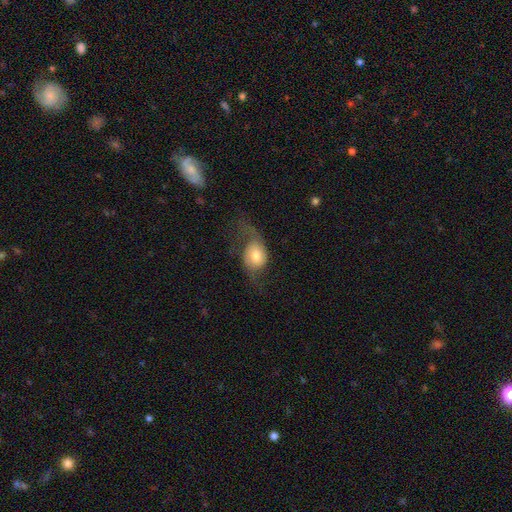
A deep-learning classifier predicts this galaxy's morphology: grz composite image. It shows a featured or disk galaxy (53%). Merging: none (44%).